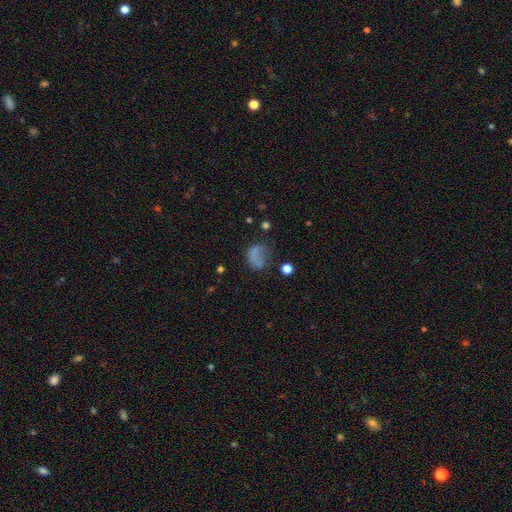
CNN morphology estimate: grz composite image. It shows a smooth galaxy with no disk features (63%) that is in between round and cigar-shaped (61%). Merging: major disturbance (38%).